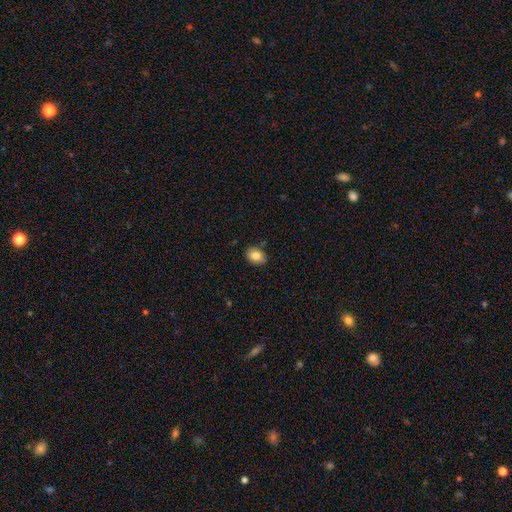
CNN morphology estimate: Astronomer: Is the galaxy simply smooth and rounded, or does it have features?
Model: smooth — 83%.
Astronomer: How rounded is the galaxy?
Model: in between — 74%.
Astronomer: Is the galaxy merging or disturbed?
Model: none — 84%.